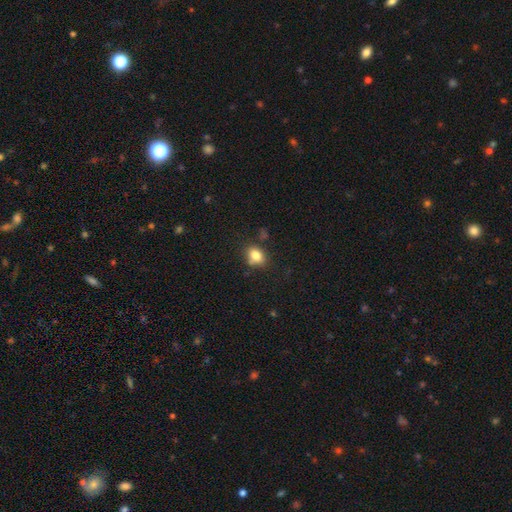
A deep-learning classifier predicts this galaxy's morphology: This is clearly a smooth galaxy (82%). How rounded: likely in between (63%). Merging: likely none (71%).